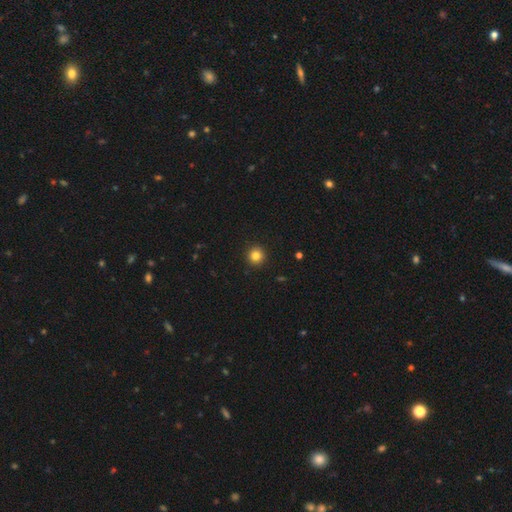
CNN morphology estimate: smooth-or-featured: smooth: 83% | star or artifact: 12% | featured or disk: 5%
  how-rounded: round: 95% | in between: 4% | cigar-shaped: 1%
  merging: none: 93% | minor disturbance: 4% | major disturbance: 1% | merger: 1%